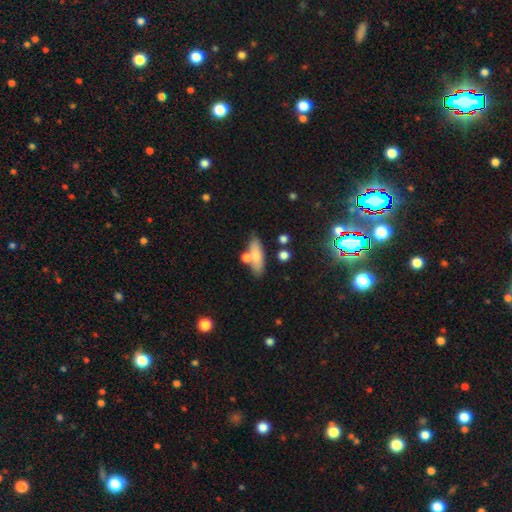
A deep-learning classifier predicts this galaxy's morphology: type=smooth (73%); roundness=in between (54%); merging=none (65%).